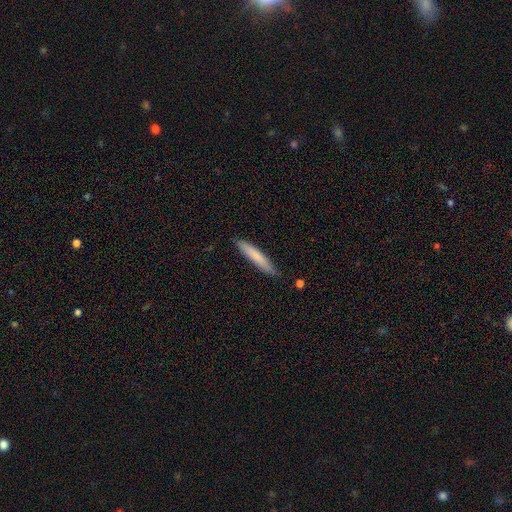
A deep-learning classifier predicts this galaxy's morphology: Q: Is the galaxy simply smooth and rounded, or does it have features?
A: smooth — 76%.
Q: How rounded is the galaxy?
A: cigar-shaped — 91%.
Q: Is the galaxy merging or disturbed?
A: none — 84%.